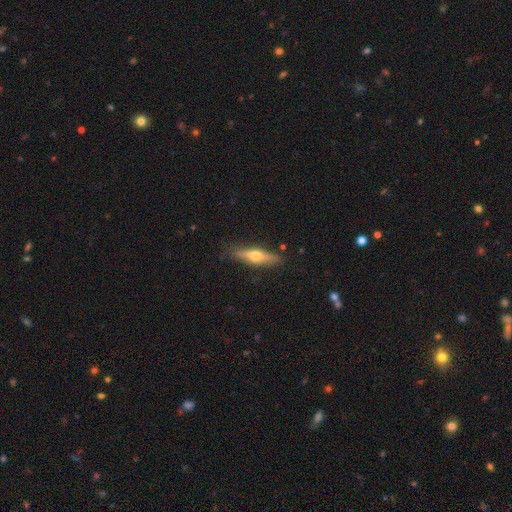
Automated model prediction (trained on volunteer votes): smooth_or_featured: featured or disk (p=0.59) [alt: smooth p=0.35]
disk_edge_on: yes (p=0.94) [alt: no p=0.06]
edge_on_bulge: rounded (p=0.94) [alt: none p=0.04]
merging: none (p=0.87) [alt: minor disturbance p=0.09]